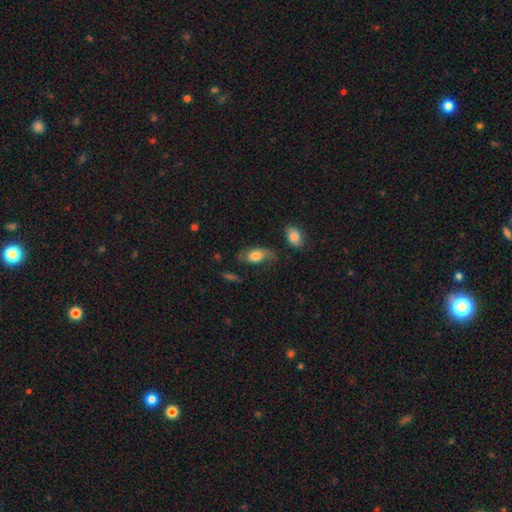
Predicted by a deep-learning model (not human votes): This is likely a smooth galaxy (69%). How rounded: clearly in between (88%). Merging: possibly none (60%).